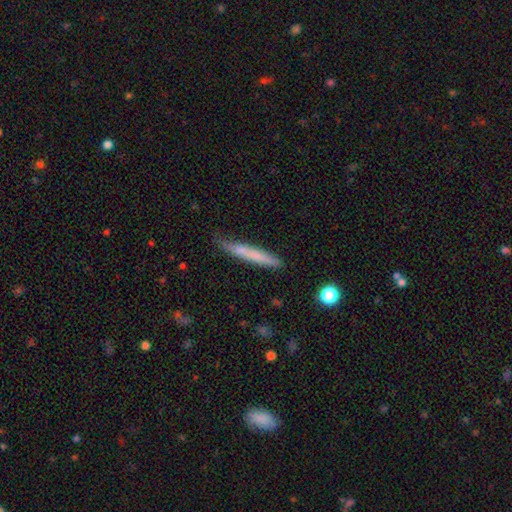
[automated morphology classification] Smooth or featured? Predicted: smooth (p=0.66). How rounded? Predicted: cigar-shaped (p=0.95). Merging? Predicted: none (p=0.74).